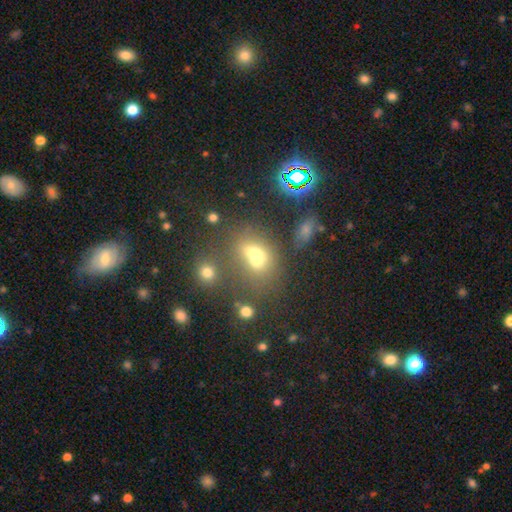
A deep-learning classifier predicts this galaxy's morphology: The model was most divided on "how rounded": in between: 58%, round: 39%, cigar-shaped: 3%. More confident: smooth or featured — smooth (57%); merging — merger (52%).